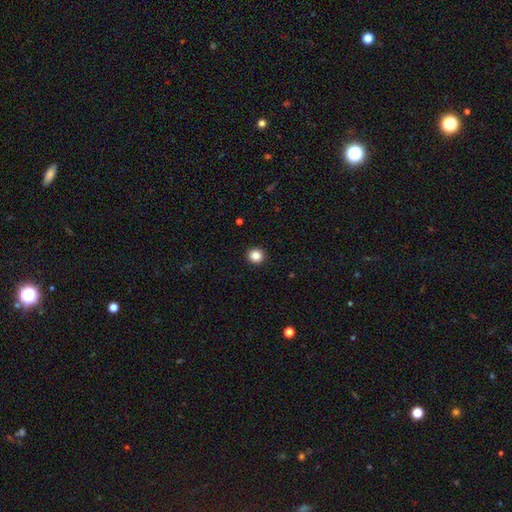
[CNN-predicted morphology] smooth_or_featured: smooth (p=0.85) [alt: star or artifact p=0.11]
how_rounded: round (p=0.95) [alt: in between p=0.04]
merging: none (p=0.94) [alt: minor disturbance p=0.04]